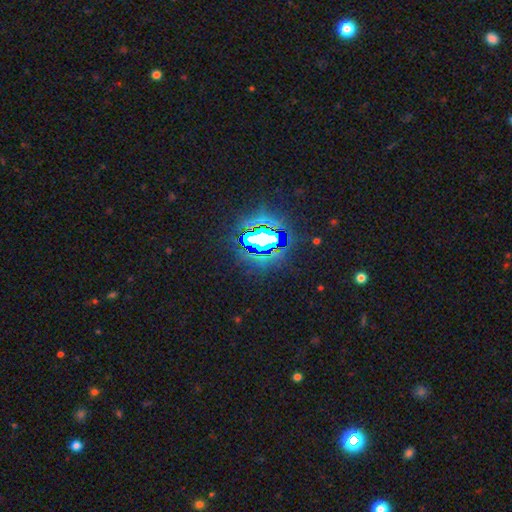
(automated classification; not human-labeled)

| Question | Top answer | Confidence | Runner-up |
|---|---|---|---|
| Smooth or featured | star or artifact | 85% | smooth (9%) |